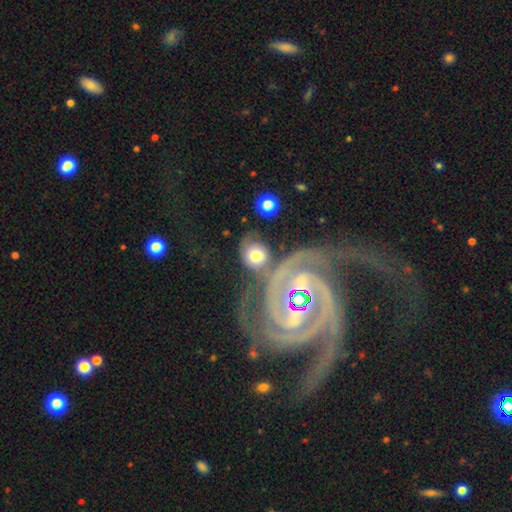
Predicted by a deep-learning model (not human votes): Smooth or featured?
  - smooth: 61% *
  - featured or disk: 31%
  - star or artifact: 9%
How rounded?
  - round: 77% *
  - in between: 21%
  - cigar-shaped: 1%
Merging?
  - none: 44% *
  - merger: 27%
  - minor disturbance: 16%
  - major disturbance: 14%